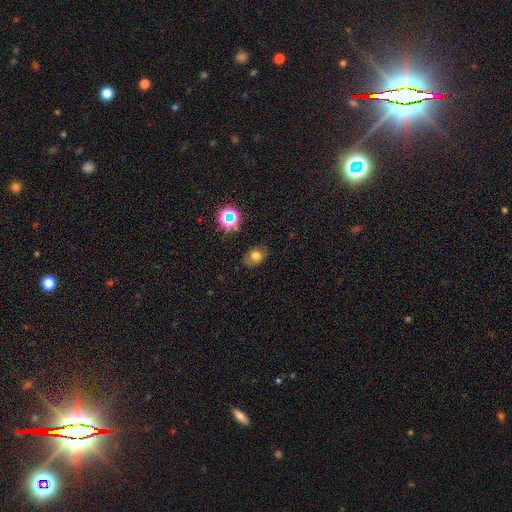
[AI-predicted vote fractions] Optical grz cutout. It shows a smooth galaxy with no disk features (67%) that is in between round and cigar-shaped (66%). Merging: none (75%).